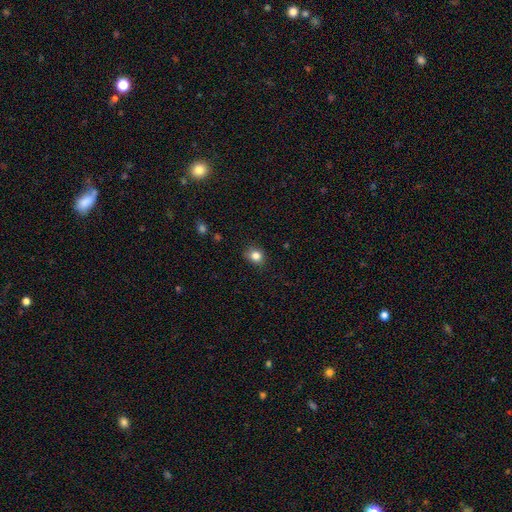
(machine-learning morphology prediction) smooth_or_featured: smooth (p=0.83) [alt: star or artifact p=0.11]
how_rounded: round (p=0.65) [alt: in between p=0.34]
merging: none (p=0.82) [alt: minor disturbance p=0.15]